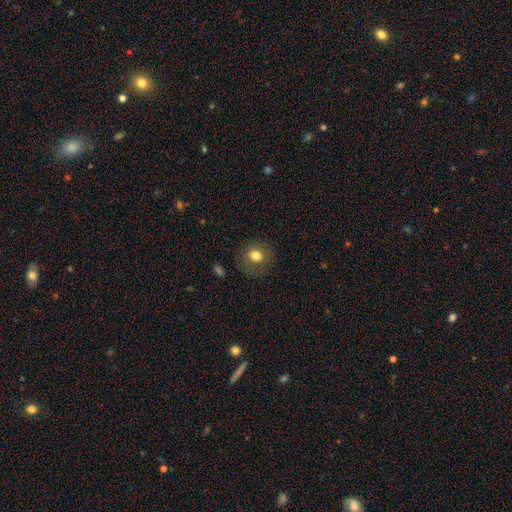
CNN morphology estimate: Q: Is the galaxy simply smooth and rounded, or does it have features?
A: smooth — 77%.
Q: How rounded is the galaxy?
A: round — 78%.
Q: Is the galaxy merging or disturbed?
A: none — 79%.